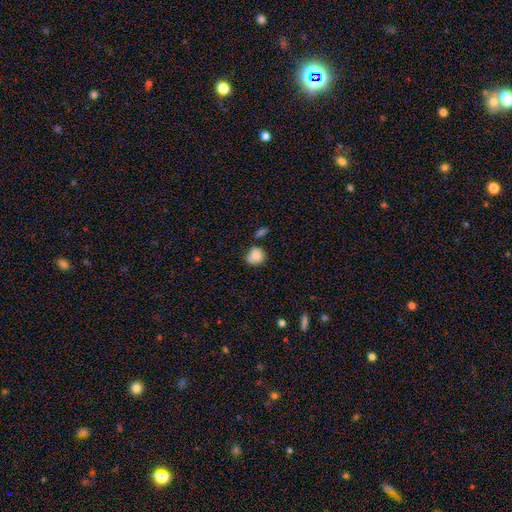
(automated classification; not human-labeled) This is clearly a smooth galaxy (81%). How rounded: clearly round (80%). Merging: possibly none (59%).